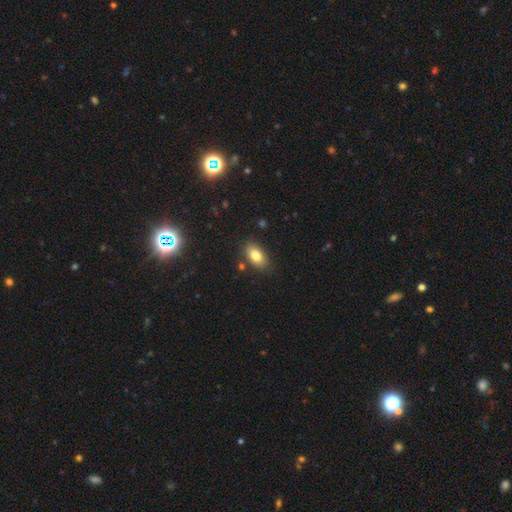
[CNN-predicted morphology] smooth-or-featured: smooth: 81% | featured or disk: 11% | star or artifact: 8%
  how-rounded: in between: 91% | round: 6% | cigar-shaped: 3%
  merging: none: 83% | minor disturbance: 11% | merger: 3% | major disturbance: 3%